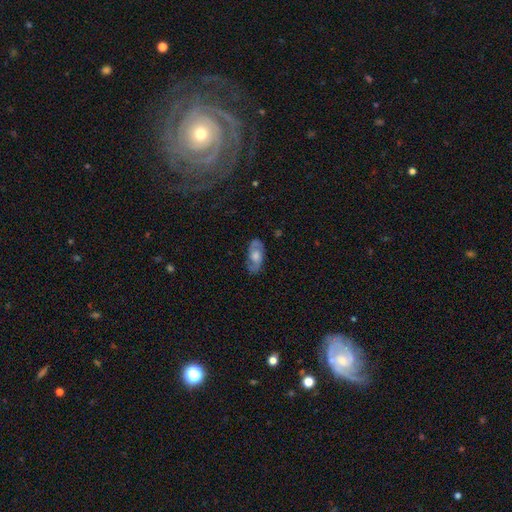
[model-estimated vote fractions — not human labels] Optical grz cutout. It shows a featured or disk galaxy (65%) with no bar (68%), 2 (85%) medium (48%) spiral arms (84%) and a moderate central bulge (46%). Merging: none (78%).